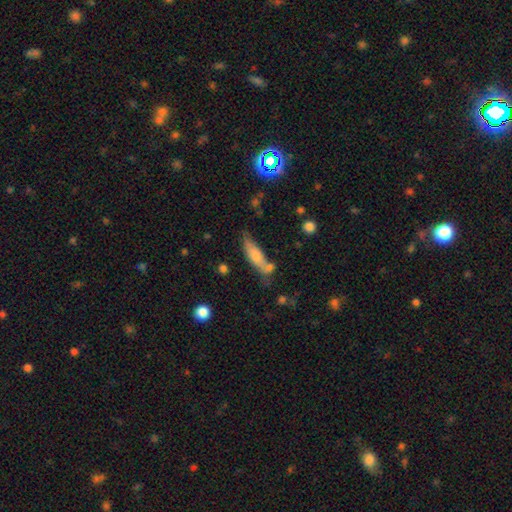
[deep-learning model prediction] Smooth or featured? smooth (69%)
How rounded? cigar-shaped (53%)
Merging? none (48%)